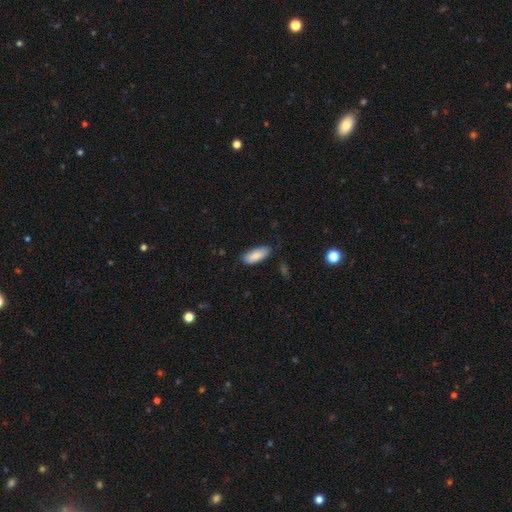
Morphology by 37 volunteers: smooth-or-featured: smooth: 76% | featured or disk: 16% | star or artifact: 8%
  how-rounded: in between: 82% | cigar-shaped: 18% | round: 0%
  merging: none: 79% | minor disturbance: 15% | major disturbance: 6% | merger: 0%